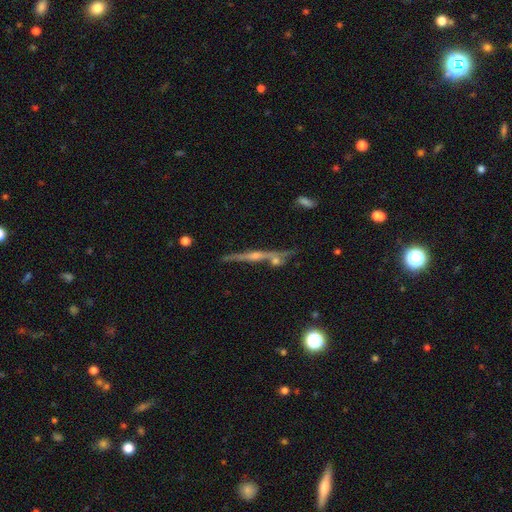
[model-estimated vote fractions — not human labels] Overall: featured or disk (64%). Edge-on disk: yes (86%). Edge-on bulge: rounded (80%). Merging: none (62%).